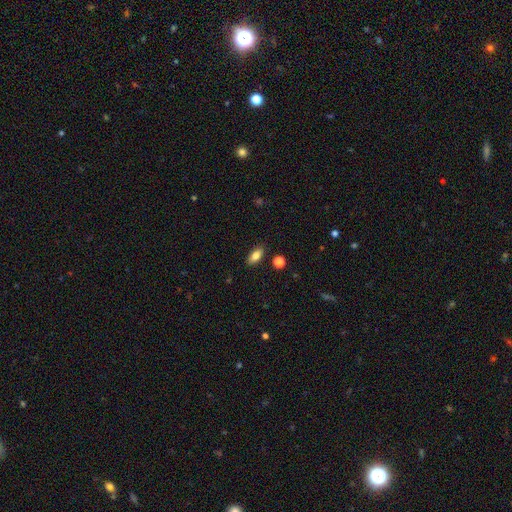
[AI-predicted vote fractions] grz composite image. It shows a smooth galaxy with no disk features (83%) that is in between round and cigar-shaped (87%). Merging: none (86%).